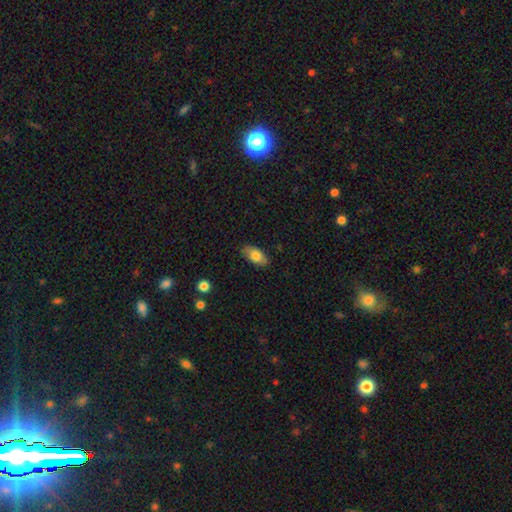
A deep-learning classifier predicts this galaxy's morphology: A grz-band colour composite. It shows a smooth galaxy with no disk features (77%) that is in between round and cigar-shaped (92%). Merging: none (83%).